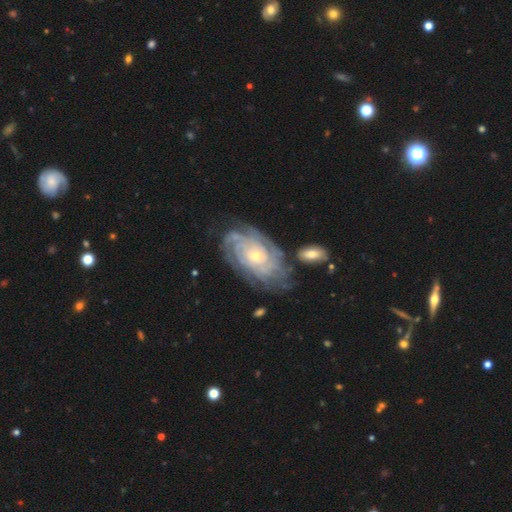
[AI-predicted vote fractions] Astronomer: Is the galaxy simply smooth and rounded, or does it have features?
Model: featured or disk — 88%.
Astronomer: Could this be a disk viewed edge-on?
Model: no — 96%.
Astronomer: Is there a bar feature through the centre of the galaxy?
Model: no — 78%.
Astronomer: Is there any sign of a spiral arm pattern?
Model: yes — 96%.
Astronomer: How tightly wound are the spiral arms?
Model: tight — 81%.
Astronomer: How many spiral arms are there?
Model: can't tell — 34% (runner-up: 4, 22%).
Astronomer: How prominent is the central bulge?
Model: small — 67%.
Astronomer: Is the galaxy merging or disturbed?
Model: none — 67%.